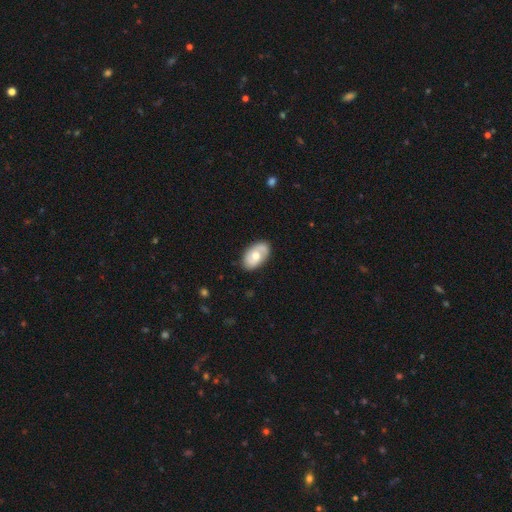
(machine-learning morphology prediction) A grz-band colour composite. It shows a smooth galaxy with no disk features (50%). Merging: none (76%).